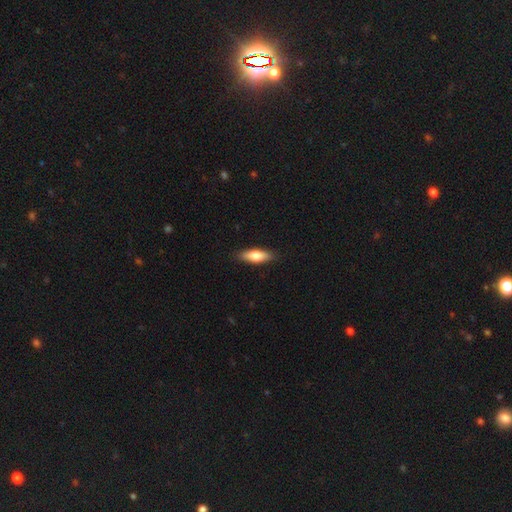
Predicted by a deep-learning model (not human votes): Smooth or featured?
  - smooth: 72% *
  - featured or disk: 23%
  - star or artifact: 5%
How rounded?
  - in between: 55% *
  - cigar-shaped: 43%
  - round: 2%
Merging?
  - none: 88% *
  - minor disturbance: 9%
  - major disturbance: 2%
  - merger: 1%